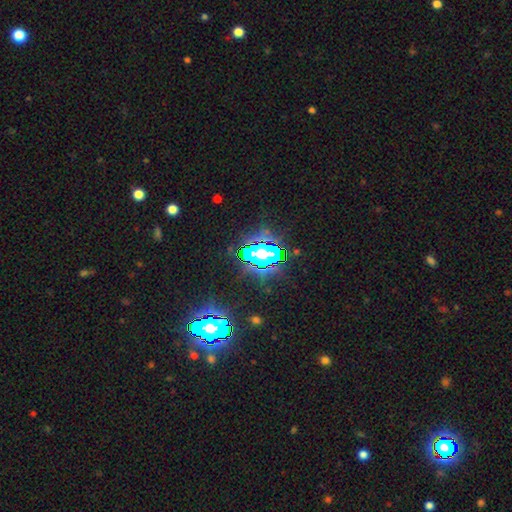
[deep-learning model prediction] A star or artifact, not a galaxy (82%).

Vote fractions:
- Smooth or featured? star or artifact: 82% / smooth: 11% / featured or disk: 7%